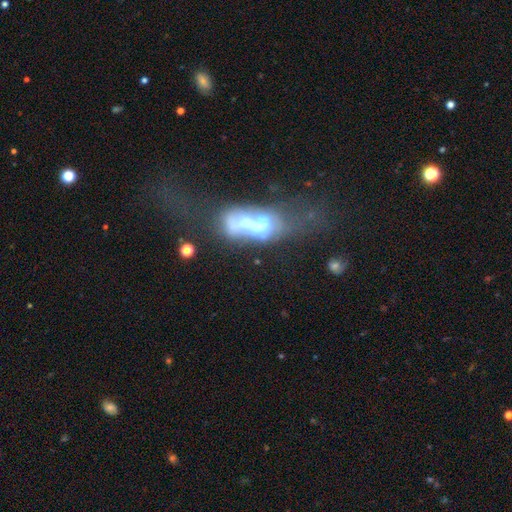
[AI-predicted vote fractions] Smooth or featured: featured or disk — 50% (smooth — 33%)
Edge-on disk: no — 72% (yes — 28%)
Merging: major disturbance — 37% (merger — 35%)